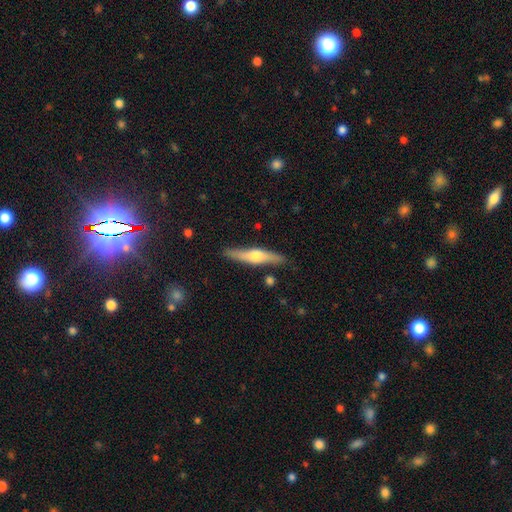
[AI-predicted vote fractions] featured or disk 61%, smooth 34%, star or artifact 5%. Down the decision tree: edge-on disk — yes (95%); edge-on bulge — rounded (93%); merging — none (87%).